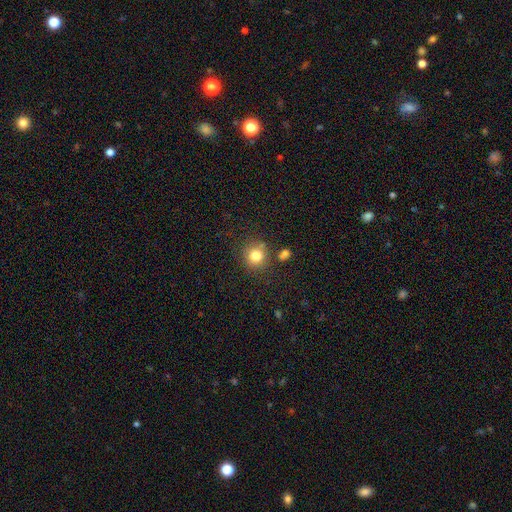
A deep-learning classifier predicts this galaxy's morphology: type=smooth (82%); roundness=round (87%); merging=none (77%).